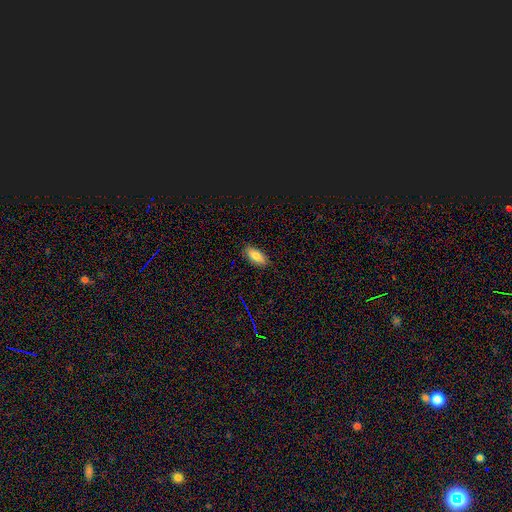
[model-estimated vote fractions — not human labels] This appears to be a smooth galaxy with no disk features (82%) that is in between round and cigar-shaped (88%). Merging: none (87%).